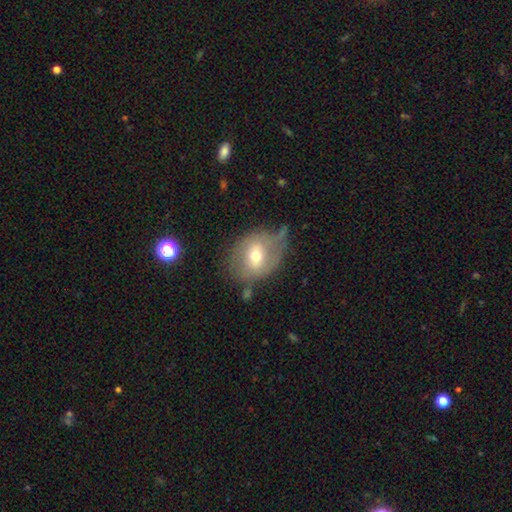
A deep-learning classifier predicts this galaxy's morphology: This appears to be a smooth galaxy with no disk features (46%). Merging: none (52%).